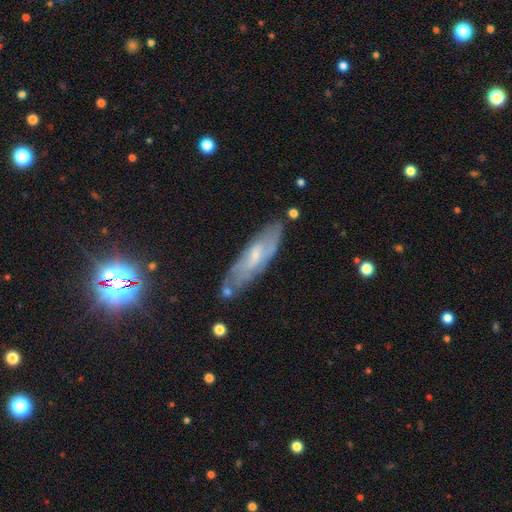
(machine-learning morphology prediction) Smooth or featured? Predicted: featured or disk (p=0.60). Edge-on disk? Predicted: no (p=0.66). Merging? Predicted: none (p=0.74).